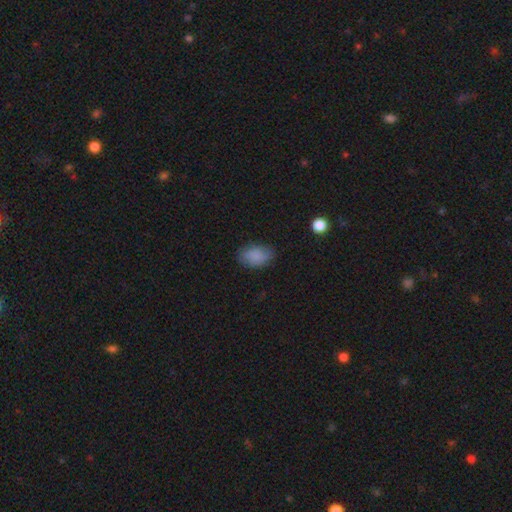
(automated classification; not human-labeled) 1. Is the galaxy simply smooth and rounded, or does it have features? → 85% smooth, 8% star or artifact, 7% featured or disk.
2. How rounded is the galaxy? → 88% in between, 10% round, 1% cigar-shaped.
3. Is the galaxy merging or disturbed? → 78% none, 17% minor disturbance, 4% major disturbance, 1% merger.